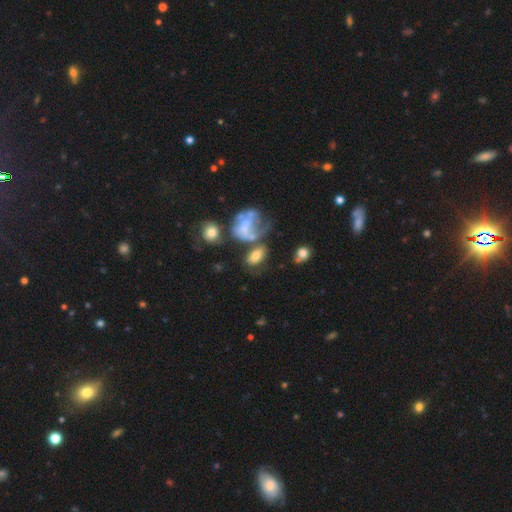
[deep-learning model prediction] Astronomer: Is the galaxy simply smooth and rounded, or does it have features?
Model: smooth — 59%.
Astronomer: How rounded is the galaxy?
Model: in between — 82%.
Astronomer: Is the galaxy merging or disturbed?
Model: none — 38% (runner-up: merger, 24%).